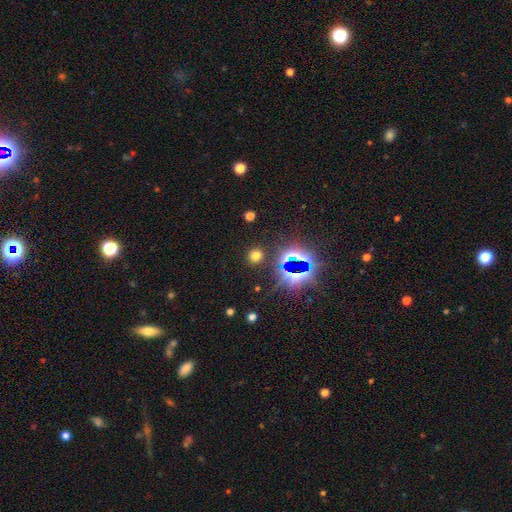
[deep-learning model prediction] Overall: smooth (62%; star or artifact 32%). How rounded: round (87%). Merging: none (88%).